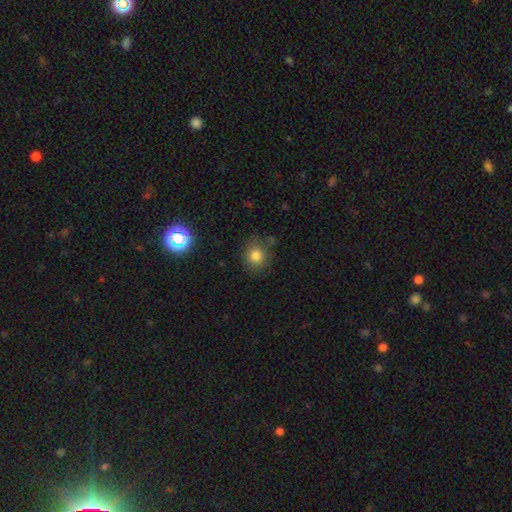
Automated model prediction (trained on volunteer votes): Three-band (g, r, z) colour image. It shows a smooth galaxy with no disk features (81%) that is round (80%). Merging: none (79%).